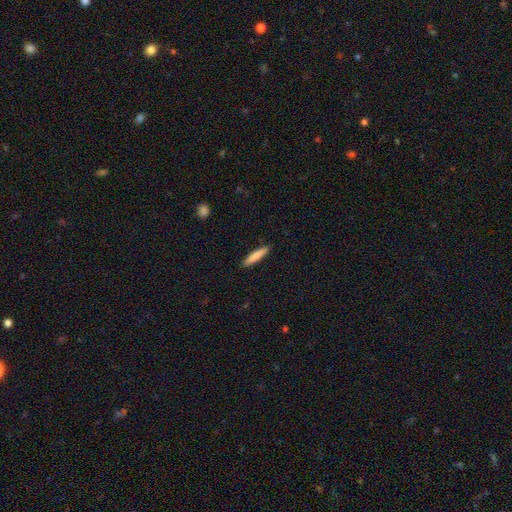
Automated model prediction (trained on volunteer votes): Overall: smooth (82%). How rounded: cigar-shaped (89%). Merging: none (91%).